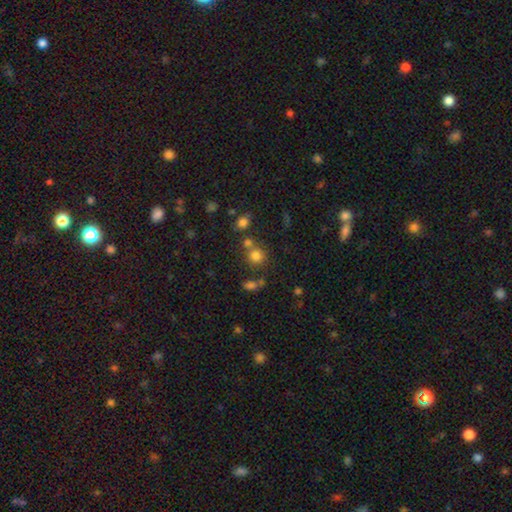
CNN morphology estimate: Smooth or featured: smooth — 75% (star or artifact — 16%)
How rounded: round — 84% (in between — 15%)
Merging: none — 62% (merger — 22%)